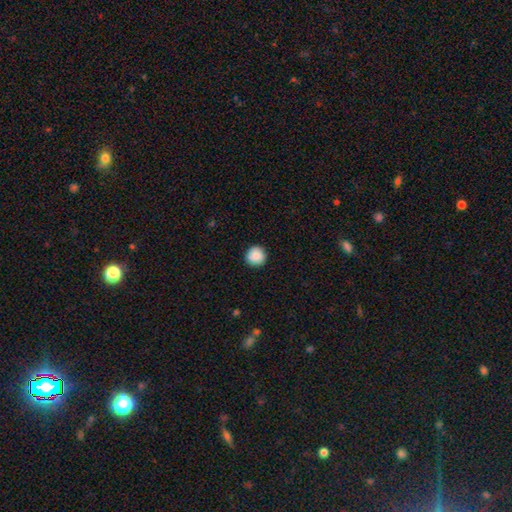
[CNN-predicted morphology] Q: Smooth or featured?
A: smooth (88%); runner-up: star or artifact (8%)
Q: How rounded?
A: round (94%); runner-up: in between (5%)
Q: Merging?
A: none (90%); runner-up: minor disturbance (7%)